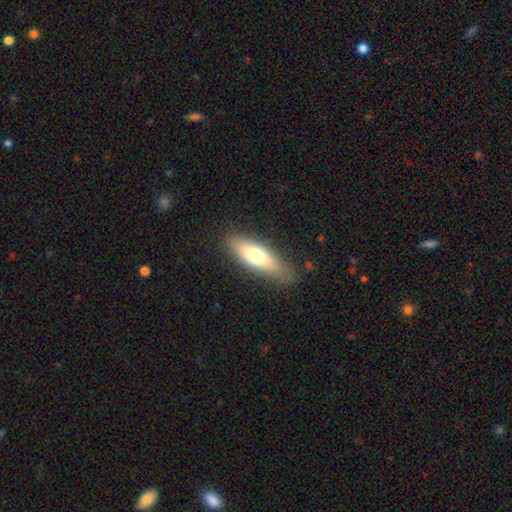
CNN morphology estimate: This appears to be a smooth galaxy with no disk features (67%) that is cigar-shaped (51%). Merging: none (81%).